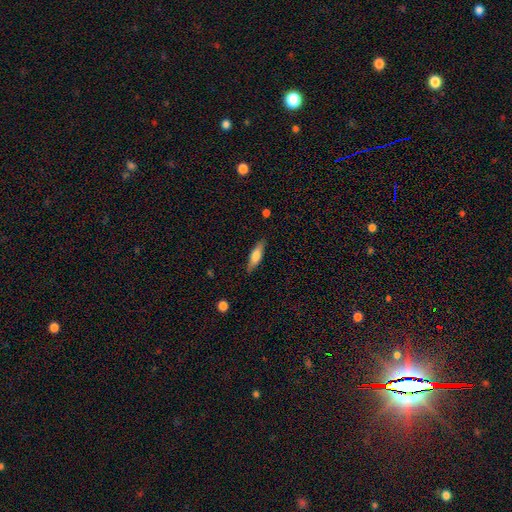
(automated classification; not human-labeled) A smooth galaxy with no disk features (65%) that is cigar-shaped (62%).

Vote fractions:
- Smooth or featured? smooth: 65% / featured or disk: 29% / star or artifact: 6%
- How rounded? cigar-shaped: 62% / in between: 36% / round: 2%
- Merging? none: 85% / minor disturbance: 11% / major disturbance: 2% / merger: 1%